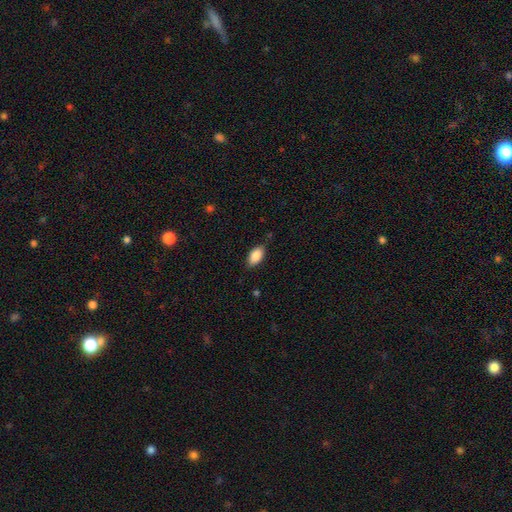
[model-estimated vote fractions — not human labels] A smooth galaxy with no disk features (88%) that is in between round and cigar-shaped (93%).

Vote fractions:
- Smooth or featured? smooth: 88% / star or artifact: 7% / featured or disk: 5%
- How rounded? in between: 93% / round: 4% / cigar-shaped: 3%
- Merging? none: 81% / minor disturbance: 15% / major disturbance: 3% / merger: 1%